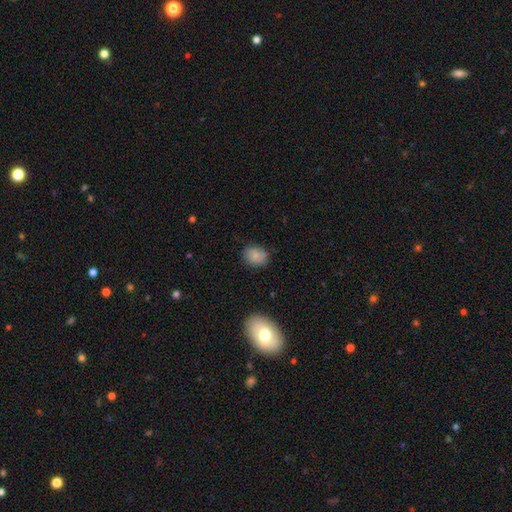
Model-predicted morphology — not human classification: smooth-or-featured: smooth: 79% | featured or disk: 11% | star or artifact: 9%
  how-rounded: round: 55% | in between: 44% | cigar-shaped: 1%
  merging: none: 79% | minor disturbance: 16% | major disturbance: 3% | merger: 2%